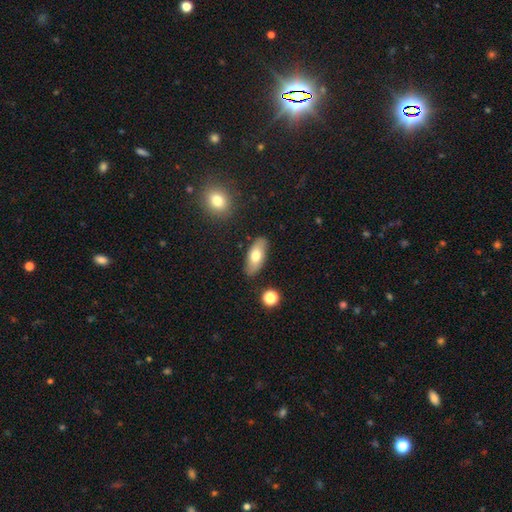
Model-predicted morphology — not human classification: smooth_or_featured: smooth (p=0.71) [alt: featured or disk p=0.23]
how_rounded: in between (p=0.84) [alt: cigar-shaped p=0.12]
merging: none (p=0.85) [alt: minor disturbance p=0.10]